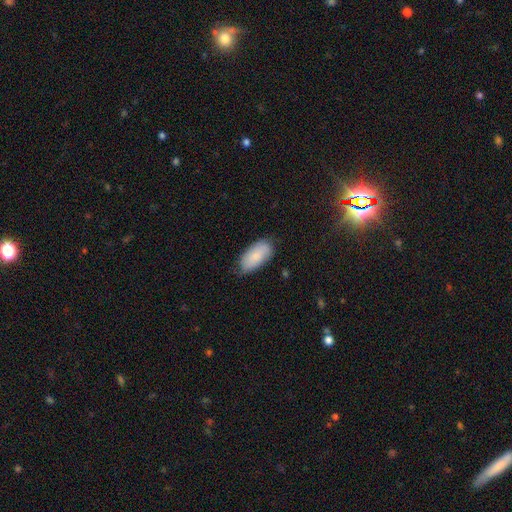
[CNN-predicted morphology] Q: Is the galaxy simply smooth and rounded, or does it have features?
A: smooth — 84%.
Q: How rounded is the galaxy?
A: in between — 92%.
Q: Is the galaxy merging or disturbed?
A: none — 71%.